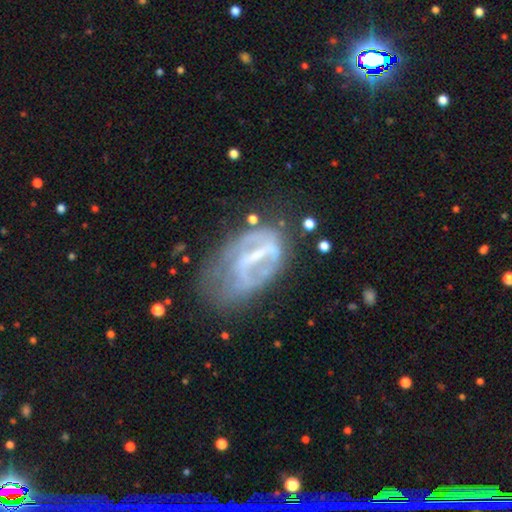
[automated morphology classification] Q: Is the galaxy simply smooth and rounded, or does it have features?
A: featured or disk — 71%.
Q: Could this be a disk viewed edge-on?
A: no — 95%.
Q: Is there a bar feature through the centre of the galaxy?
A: strong — 41%.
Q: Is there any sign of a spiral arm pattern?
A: no — 55%.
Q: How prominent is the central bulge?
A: small — 43%.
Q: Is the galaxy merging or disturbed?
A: none — 36%.